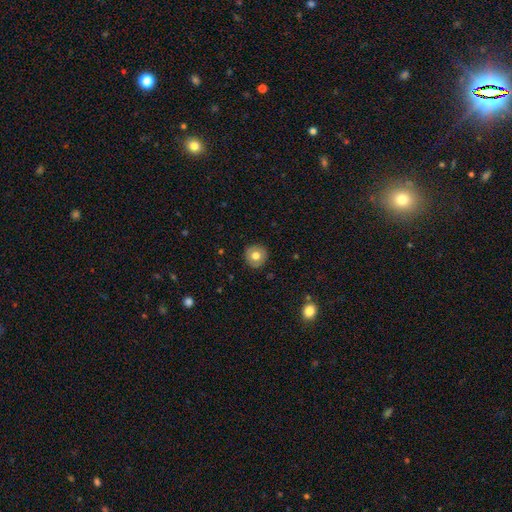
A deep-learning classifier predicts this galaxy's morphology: type=smooth (73%); roundness=round (94%); merging=none (91%).